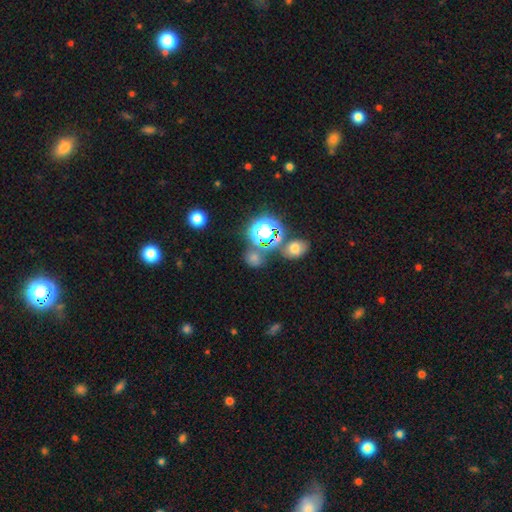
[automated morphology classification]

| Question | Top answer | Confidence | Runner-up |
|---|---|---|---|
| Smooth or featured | star or artifact | 57% | smooth (33%) |